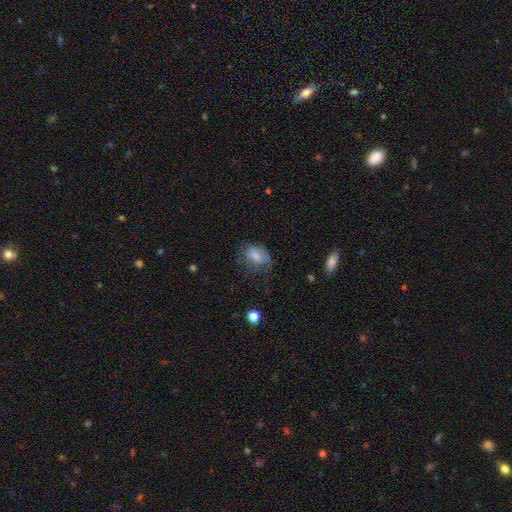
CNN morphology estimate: smooth 61%, featured or disk 29%, star or artifact 10%. Down the decision tree: how rounded — in between (78%); merging — none (43%).